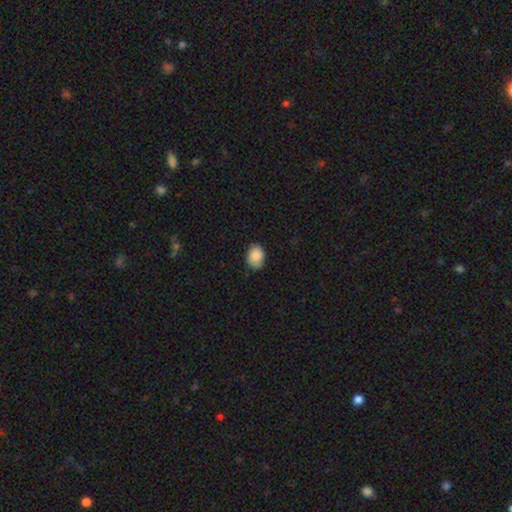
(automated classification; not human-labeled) Smooth or featured? Predicted: smooth (p=0.88). How rounded? Predicted: in between (p=0.72). Merging? Predicted: none (p=0.79).